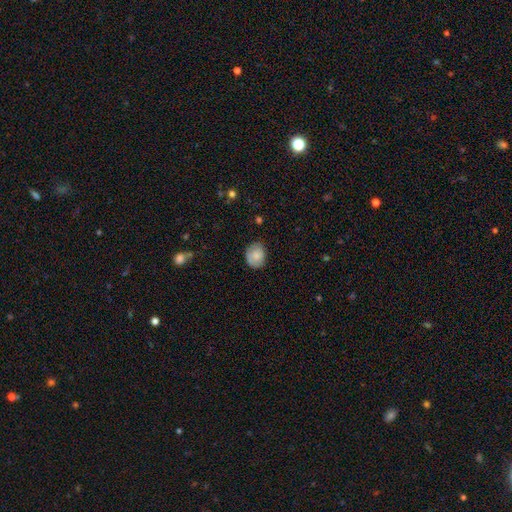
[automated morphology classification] Smooth or featured: smooth — 82% (featured or disk — 11%)
How rounded: round — 55% (in between — 44%)
Merging: none — 74% (minor disturbance — 20%)